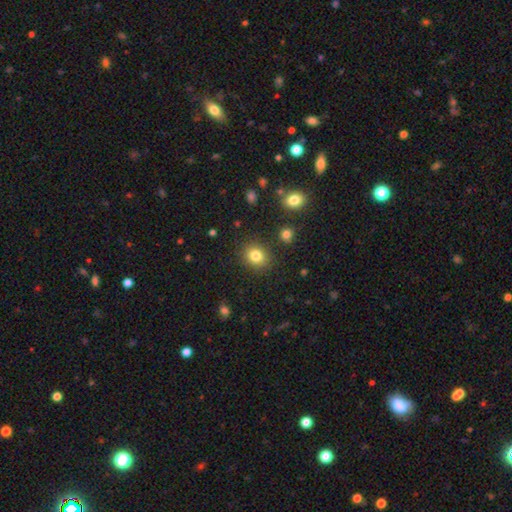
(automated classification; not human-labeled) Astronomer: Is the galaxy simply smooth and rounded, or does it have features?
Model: smooth — 82%.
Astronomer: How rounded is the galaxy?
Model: round — 65%.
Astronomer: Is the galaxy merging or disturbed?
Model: none — 87%.